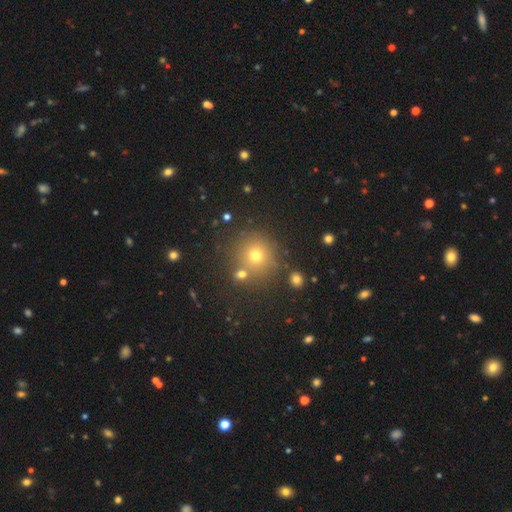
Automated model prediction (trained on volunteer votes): smooth_or_featured: smooth (p=0.67) [alt: star or artifact p=0.23]
how_rounded: round (p=0.93) [alt: in between p=0.06]
merging: none (p=0.79) [alt: merger p=0.09]